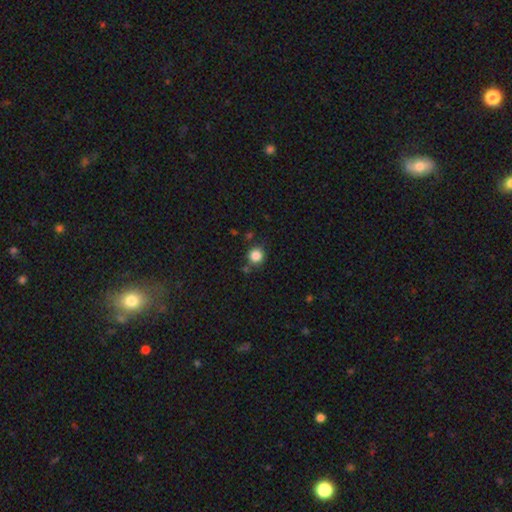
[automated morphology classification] Smooth or featured? Predicted: smooth (p=0.85). How rounded? Predicted: round (p=0.91). Merging? Predicted: none (p=0.80).